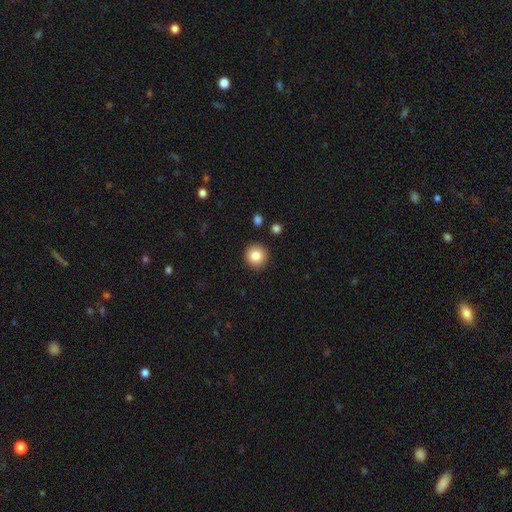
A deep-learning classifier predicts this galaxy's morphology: smooth_or_featured: smooth (p=0.83) [alt: star or artifact p=0.09]
how_rounded: round (p=0.94) [alt: in between p=0.05]
merging: none (p=0.91) [alt: minor disturbance p=0.06]